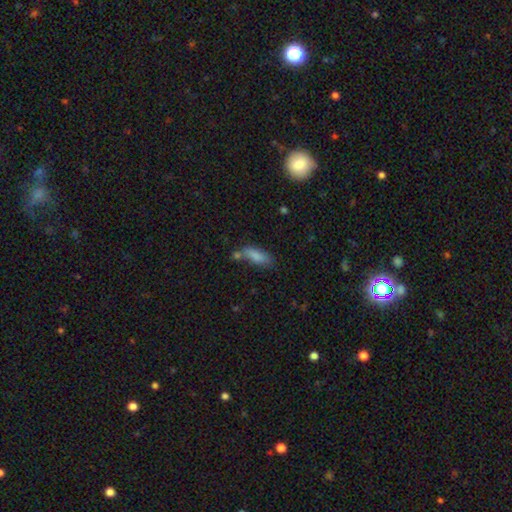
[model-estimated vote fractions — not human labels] Smooth or featured? Predicted: smooth (p=0.82). How rounded? Predicted: in between (p=0.69). Merging? Predicted: none (p=0.46).